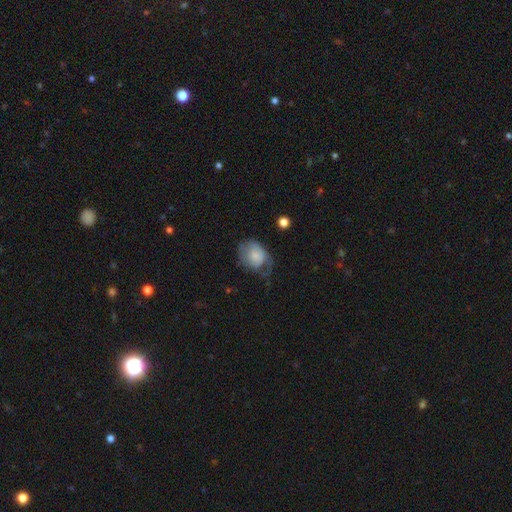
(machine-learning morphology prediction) smooth-or-featured: smooth: 66% | featured or disk: 27% | star or artifact: 8%
  how-rounded: in between: 59% | round: 40% | cigar-shaped: 1%
  merging: minor disturbance: 33% (tied) | major disturbance: 33% (tied) | none: 32% | merger: 2%